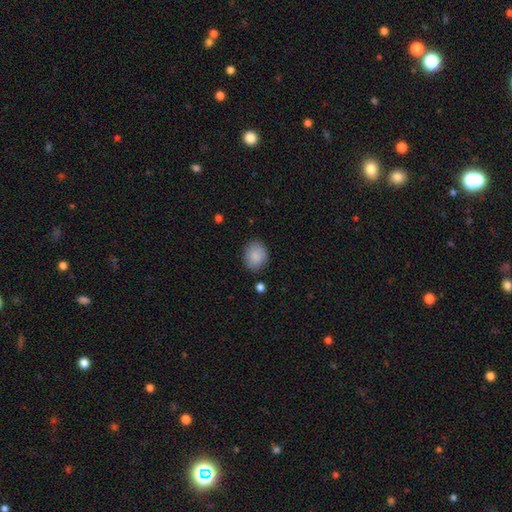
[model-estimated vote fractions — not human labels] A smooth galaxy with no disk features (88%) that is round (56%).

Vote fractions:
- Smooth or featured? smooth: 88% / star or artifact: 7% / featured or disk: 5%
- How rounded? round: 56% / in between: 43% / cigar-shaped: 1%
- Merging? none: 83% / minor disturbance: 12% / major disturbance: 3% / merger: 2%